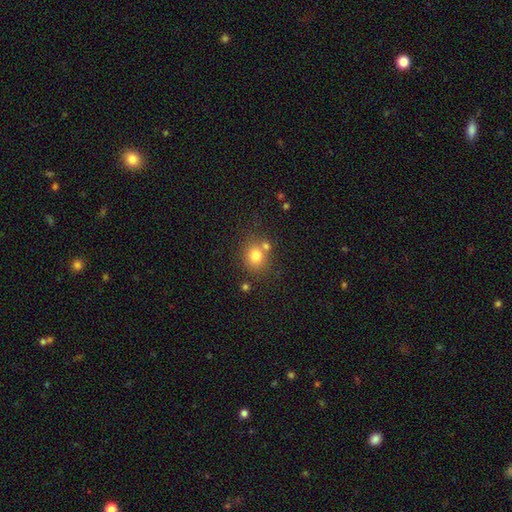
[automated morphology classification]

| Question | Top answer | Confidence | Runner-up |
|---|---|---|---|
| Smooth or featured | smooth | 78% | star or artifact (12%) |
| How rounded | round | 73% | in between (26%) |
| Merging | none | 66% | merger (19%) |